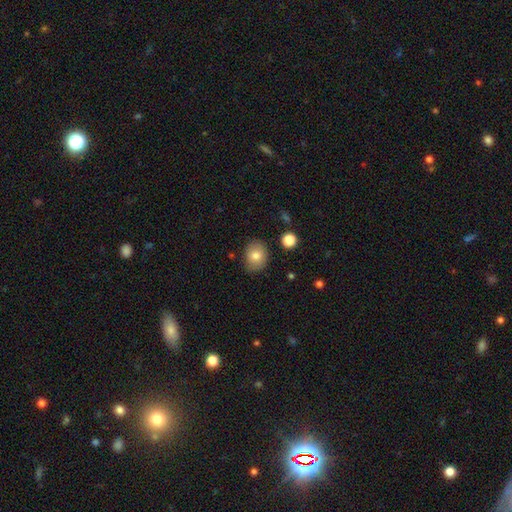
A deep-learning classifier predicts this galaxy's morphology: A smooth galaxy with no disk features (79%) that is in between round and cigar-shaped (54%).

Vote fractions:
- Smooth or featured? smooth: 79% / featured or disk: 12% / star or artifact: 9%
- How rounded? in between: 54% / round: 46% / cigar-shaped: 1%
- Merging? none: 78% / minor disturbance: 17% / major disturbance: 3% / merger: 2%